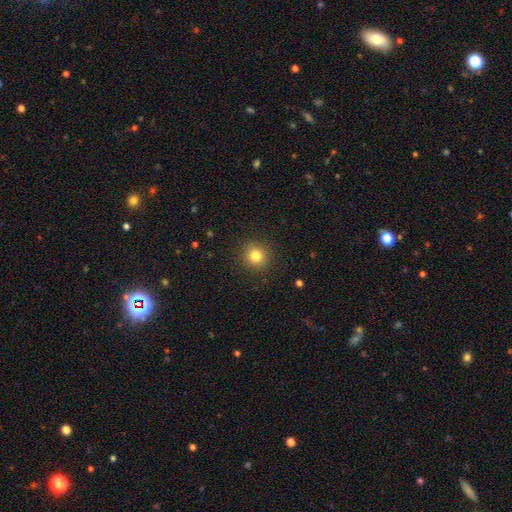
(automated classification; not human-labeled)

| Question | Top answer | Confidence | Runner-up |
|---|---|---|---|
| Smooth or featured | smooth | 81% | star or artifact (12%) |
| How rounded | round | 90% | in between (9%) |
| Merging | none | 91% | minor disturbance (6%) |